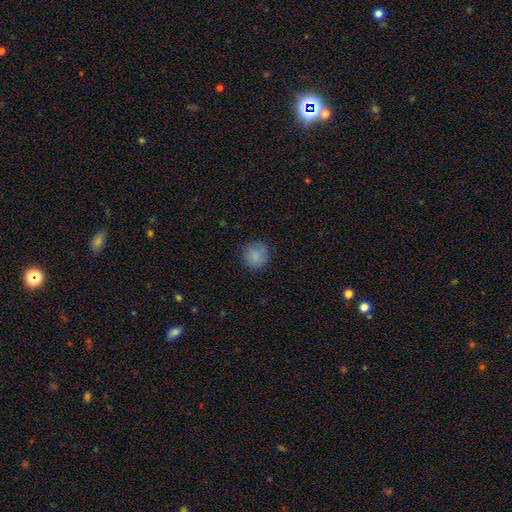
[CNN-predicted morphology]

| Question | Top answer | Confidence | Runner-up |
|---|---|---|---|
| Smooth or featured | smooth | 85% | star or artifact (9%) |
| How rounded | round | 91% | in between (8%) |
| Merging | none | 85% | minor disturbance (10%) |